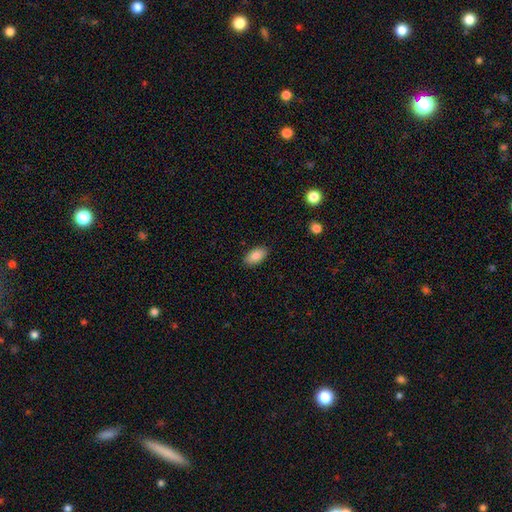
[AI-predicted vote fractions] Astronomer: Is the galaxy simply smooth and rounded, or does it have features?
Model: smooth — 86%.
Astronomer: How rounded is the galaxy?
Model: in between — 94%.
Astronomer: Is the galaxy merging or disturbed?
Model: none — 88%.